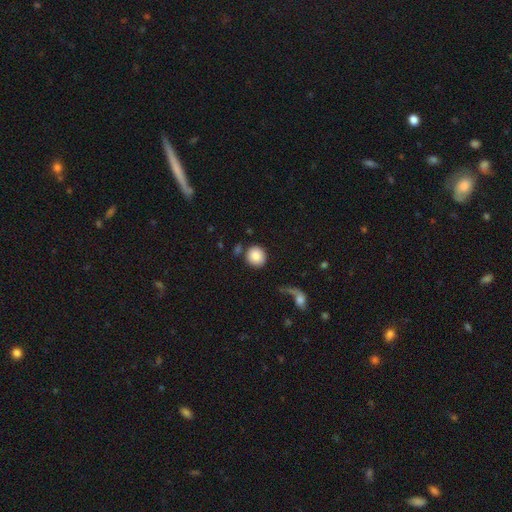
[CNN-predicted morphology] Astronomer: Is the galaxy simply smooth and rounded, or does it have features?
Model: smooth — 86%.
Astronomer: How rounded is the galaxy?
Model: round — 90%.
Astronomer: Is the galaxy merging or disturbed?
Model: none — 78%.